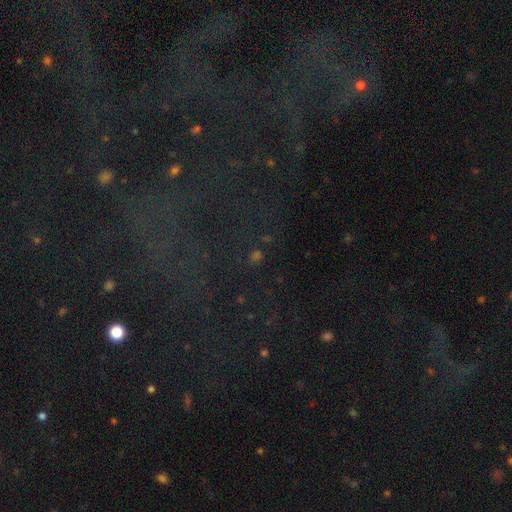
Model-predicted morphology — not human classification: Q: Smooth or featured?
A: star or artifact (65%); runner-up: smooth (25%)